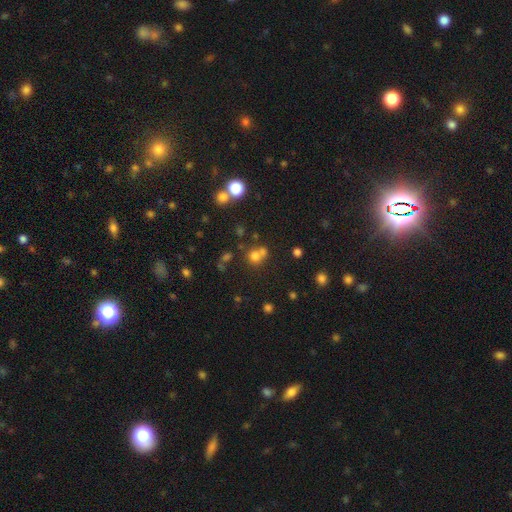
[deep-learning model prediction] Smooth or featured? Predicted: smooth (p=0.69). How rounded? Predicted: round (p=0.85). Merging? Predicted: none (p=0.50).